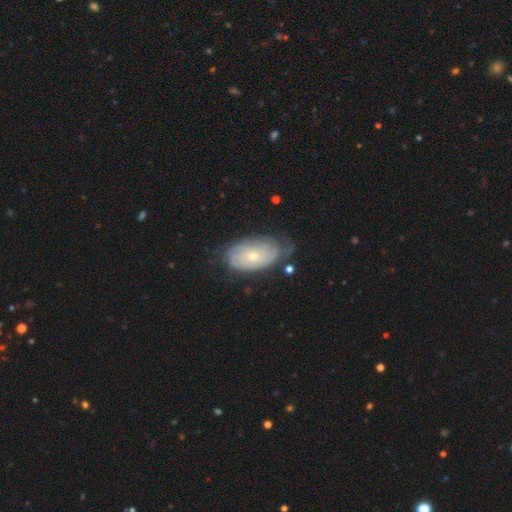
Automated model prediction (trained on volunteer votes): smooth-or-featured: featured or disk: 57% | smooth: 34% | star or artifact: 9%
  disk-edge-on: no: 92% | yes: 8%
    bar: no: 85% | weak: 12% | strong: 3%
    has-spiral-arms: yes: 67% | no: 33%
    bulge-size: small: 60% | moderate: 37% | large: 1% | none: 1% | dominant: 1%
  merging: none: 67% | minor disturbance: 23% | major disturbance: 7% | merger: 2%